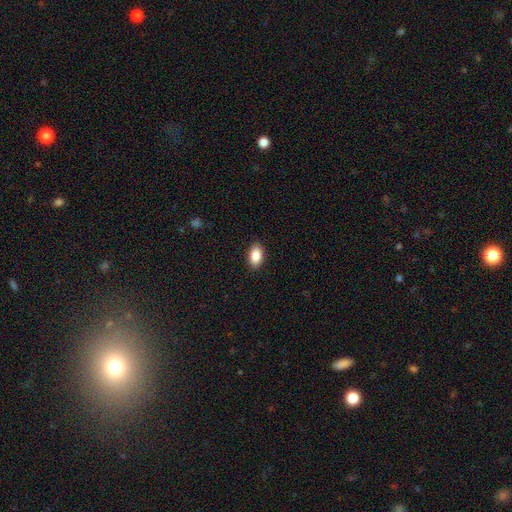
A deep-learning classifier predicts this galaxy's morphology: This appears to be a smooth galaxy with no disk features (88%) that is in between round and cigar-shaped (93%). Merging: none (89%).